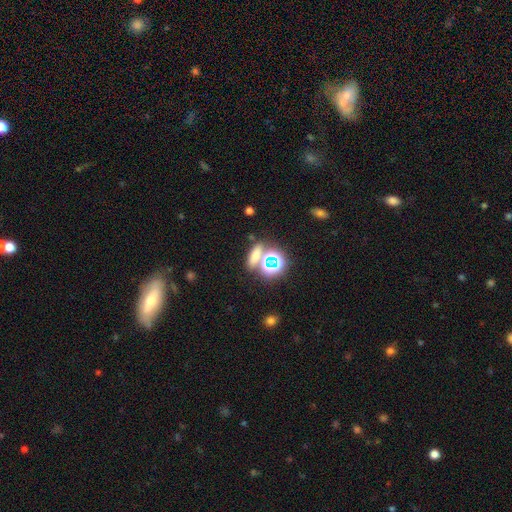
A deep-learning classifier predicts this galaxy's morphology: Q: Smooth or featured?
A: smooth (52%); runner-up: star or artifact (34%)
Q: How rounded?
A: in between (41%); runner-up: cigar-shaped (31%)
Q: Merging?
A: none (72%); runner-up: merger (16%)